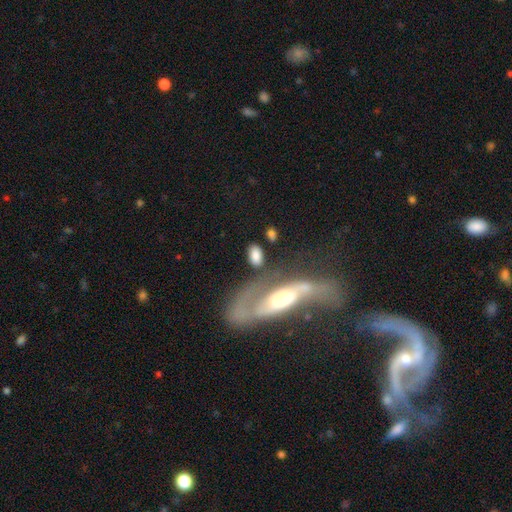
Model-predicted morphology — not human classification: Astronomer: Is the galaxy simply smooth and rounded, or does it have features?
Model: smooth — 77%.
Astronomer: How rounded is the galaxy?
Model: in between — 89%.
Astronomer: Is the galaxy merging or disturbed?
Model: none — 59%.